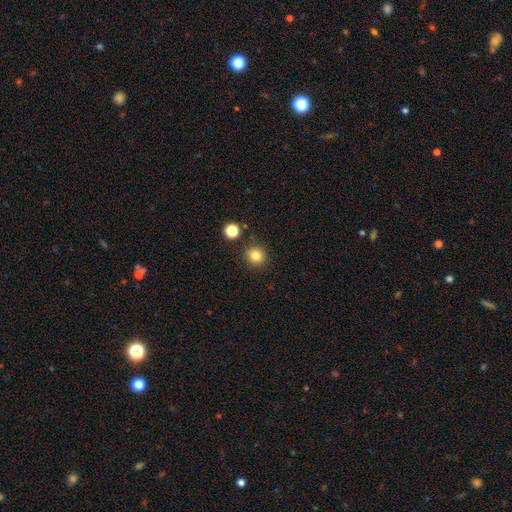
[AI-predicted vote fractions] Smooth or featured? smooth (81%)
How rounded? round (92%)
Merging? none (87%)